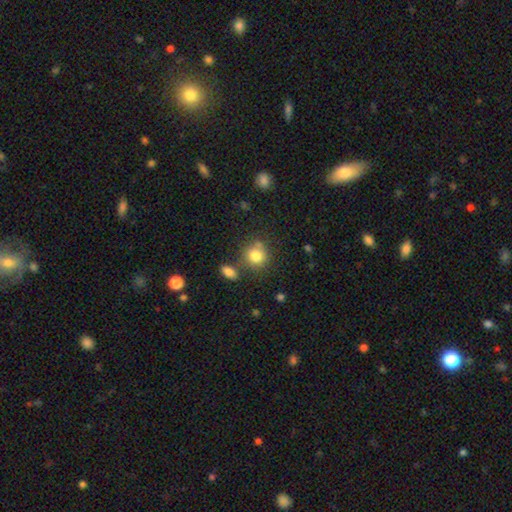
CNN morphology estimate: smooth 81%, star or artifact 10%, featured or disk 9%. Down the decision tree: how rounded — round (84%); merging — none (68%).